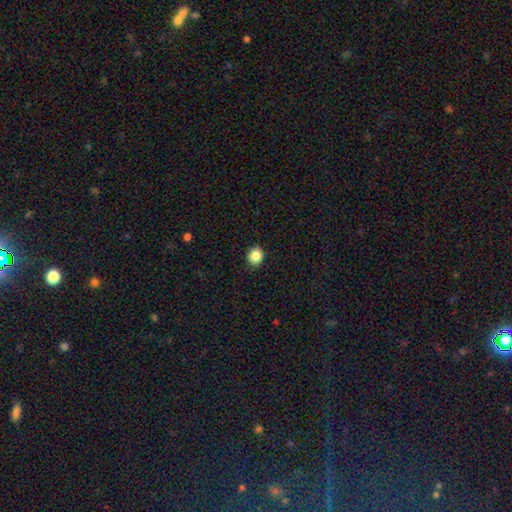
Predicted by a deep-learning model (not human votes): smooth_or_featured: smooth (p=0.87) [alt: star or artifact p=0.10]
how_rounded: round (p=0.80) [alt: in between p=0.19]
merging: none (p=0.90) [alt: minor disturbance p=0.07]